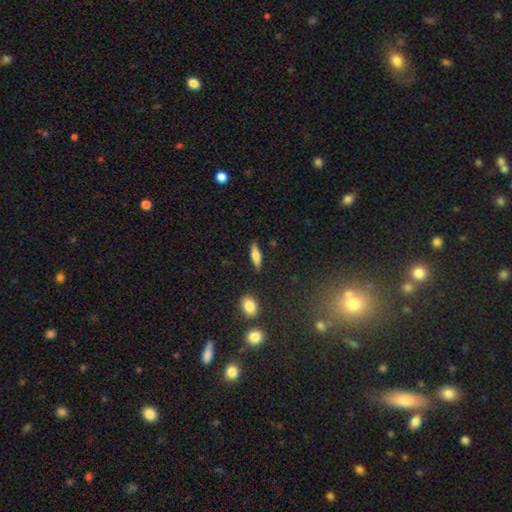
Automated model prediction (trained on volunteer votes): Smooth or featured? smooth (62%)
How rounded? cigar-shaped (53%)
Merging? none (86%)